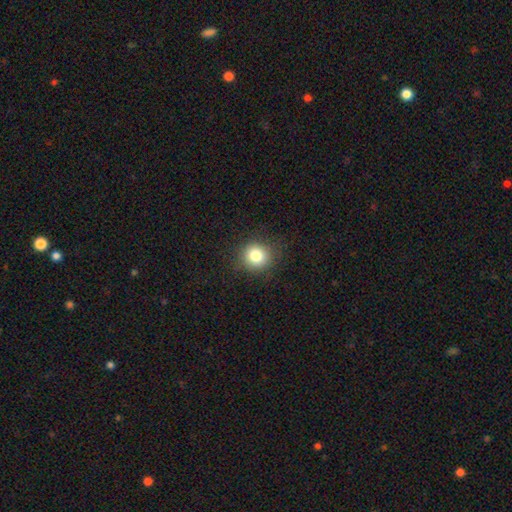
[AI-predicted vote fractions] Overall: smooth (81%). How rounded: round (89%). Merging: none (88%).